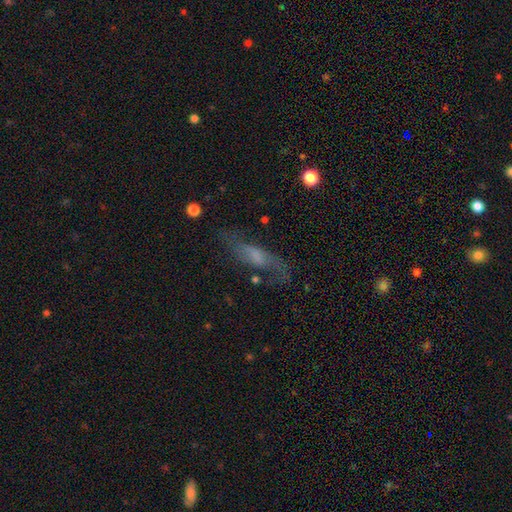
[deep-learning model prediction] The model was most divided on "smooth or featured": featured or disk: 54%, smooth: 34%, star or artifact: 12%. More confident: edge-on disk — no (74%); merging — none (58%).